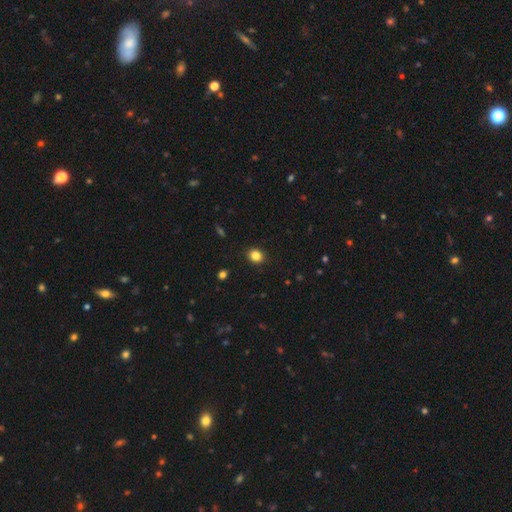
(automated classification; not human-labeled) smooth 85%, star or artifact 11%, featured or disk 4%. Down the decision tree: how rounded — round (64%); merging — none (91%).